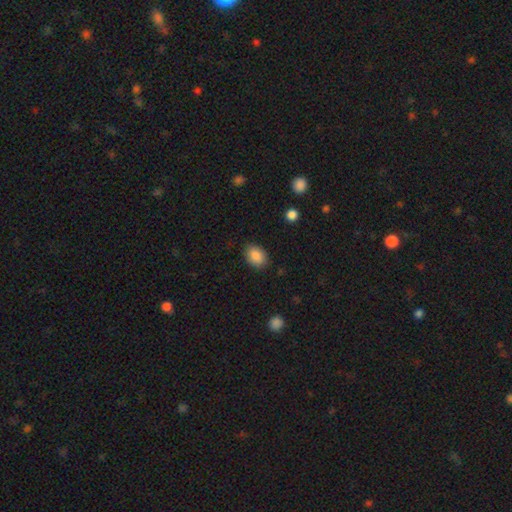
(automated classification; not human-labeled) Q: Smooth or featured?
A: smooth (87%); runner-up: star or artifact (8%)
Q: How rounded?
A: in between (78%); runner-up: round (21%)
Q: Merging?
A: none (85%); runner-up: minor disturbance (12%)